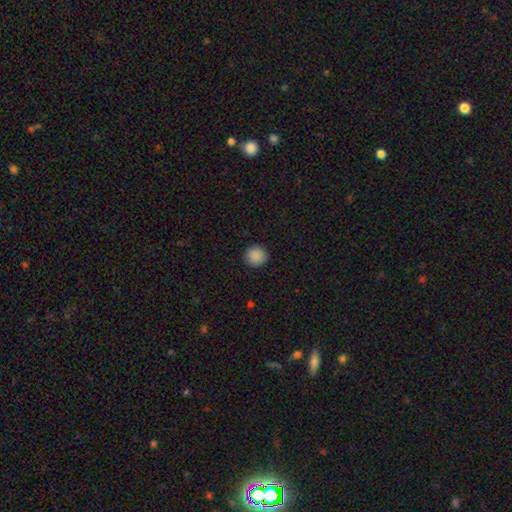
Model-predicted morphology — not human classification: A smooth galaxy with no disk features (89%) that is round (94%). Merging: none (92%).